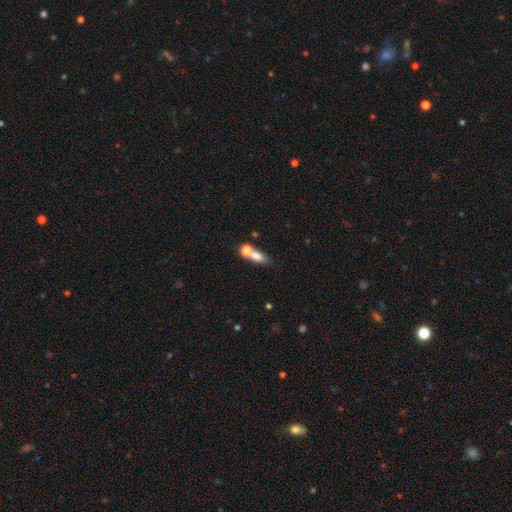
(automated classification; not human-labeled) smooth-or-featured: smooth: 73% | featured or disk: 16% | star or artifact: 11%
  how-rounded: in between: 62% | round: 23% | cigar-shaped: 15%
  merging: merger: 45% | none: 39% | minor disturbance: 10% | major disturbance: 6%